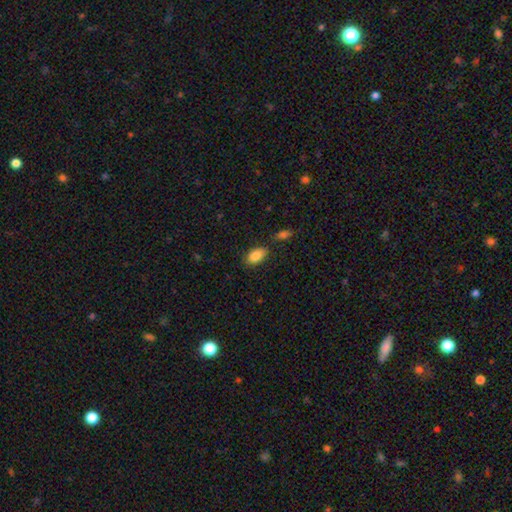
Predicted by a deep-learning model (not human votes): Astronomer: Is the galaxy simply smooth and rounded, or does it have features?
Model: smooth — 87%.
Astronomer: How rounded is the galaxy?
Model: in between — 91%.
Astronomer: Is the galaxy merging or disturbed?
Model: none — 76%.